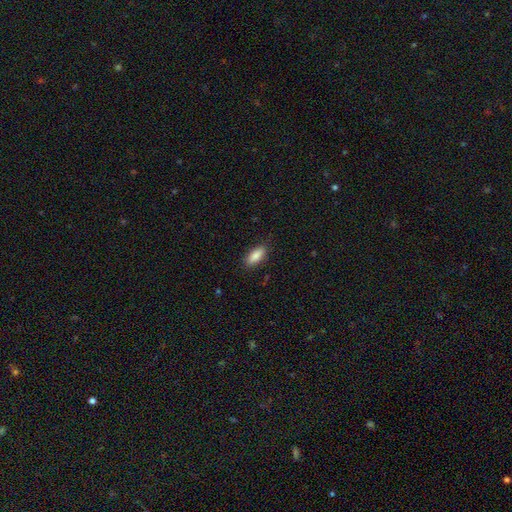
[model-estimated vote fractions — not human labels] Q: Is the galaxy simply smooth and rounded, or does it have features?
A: smooth — 87%.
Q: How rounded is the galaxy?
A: in between — 84%.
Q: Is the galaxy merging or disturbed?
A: none — 87%.